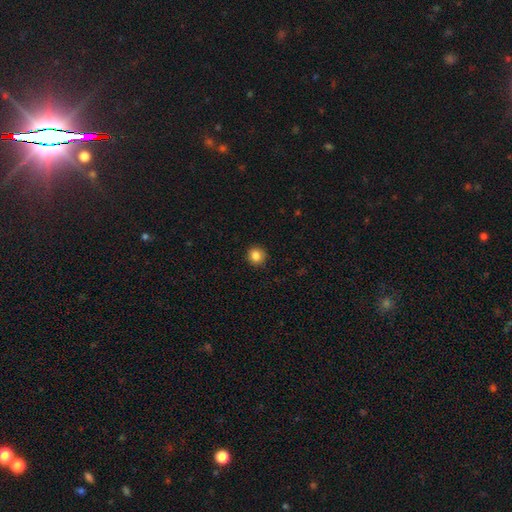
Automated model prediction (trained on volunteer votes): Smooth or featured? Predicted: smooth (p=0.85). How rounded? Predicted: round (p=0.91). Merging? Predicted: none (p=0.90).